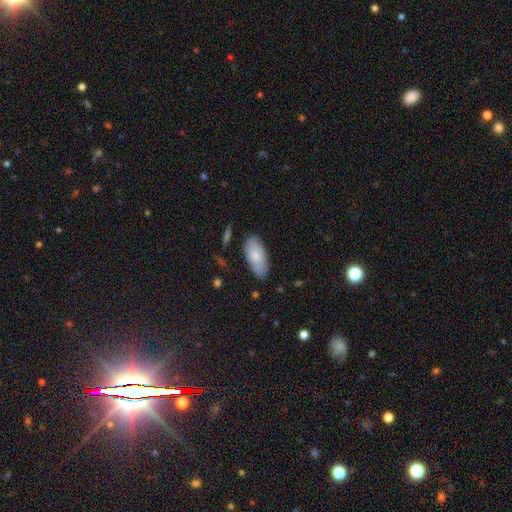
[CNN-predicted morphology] This is likely a smooth galaxy (77%). How rounded: clearly in between (89%). Merging: likely none (79%).